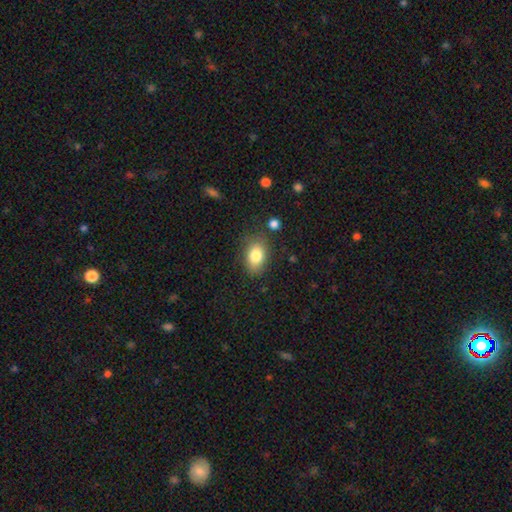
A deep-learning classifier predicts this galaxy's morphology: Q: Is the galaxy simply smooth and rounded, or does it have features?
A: smooth — 82%.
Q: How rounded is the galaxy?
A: in between — 83%.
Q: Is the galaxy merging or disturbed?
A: none — 79%.